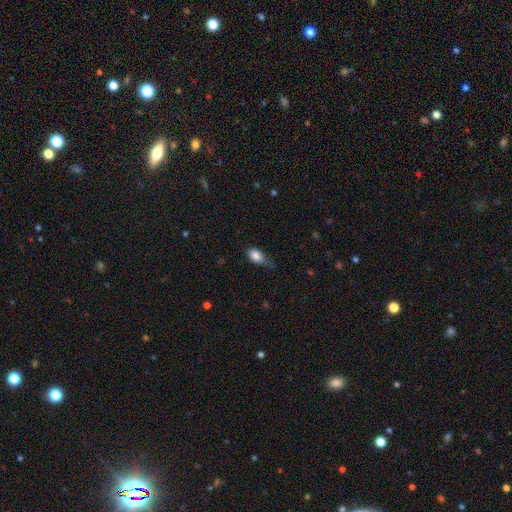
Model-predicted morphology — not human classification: Overall: smooth (84%). How rounded: in between (86%). Merging: minor disturbance (42%; none 39%).